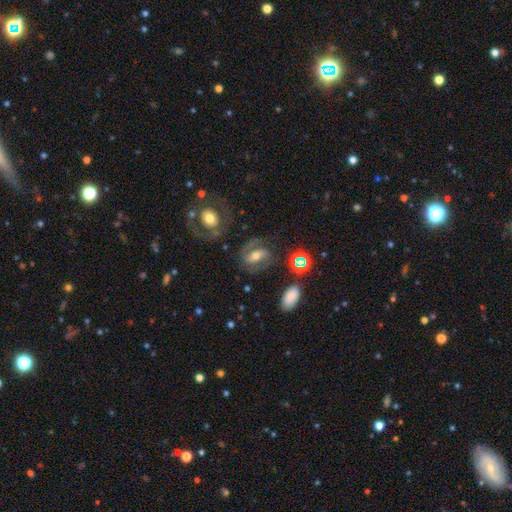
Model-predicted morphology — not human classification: Overall: featured or disk (72%). Edge-on disk: no (95%). Bar: strong (43%; weak 34%). Spiral arms: yes (88%). Spiral arm count: 2 (85%). Spiral winding: medium (53%; tight 27%). Bulge size: moderate (63%; small 26%). Merging: none (67%).